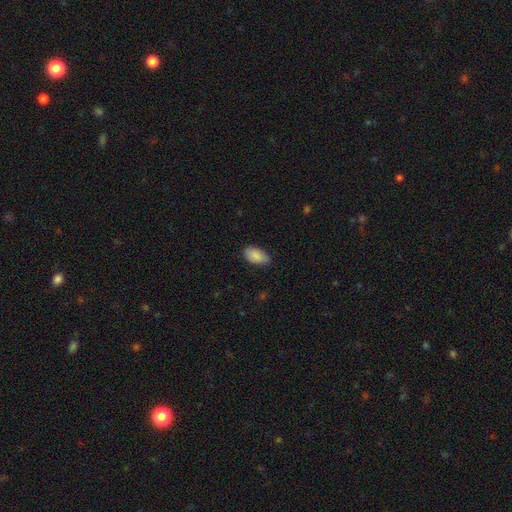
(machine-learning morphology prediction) This is clearly a smooth galaxy (88%). How rounded: clearly in between (94%). Merging: likely none (78%).